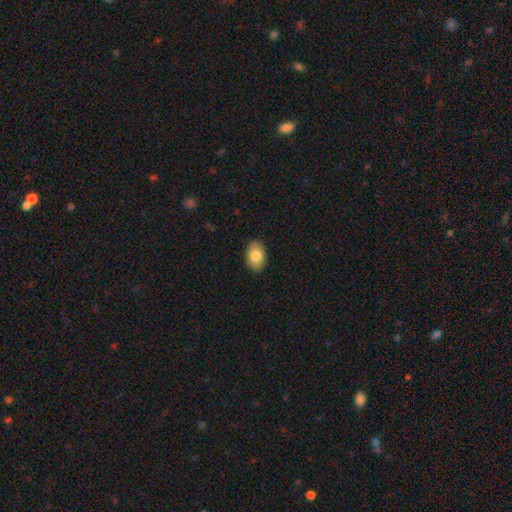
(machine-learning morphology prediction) smooth 83%, featured or disk 10%, star or artifact 7%. Down the decision tree: how rounded — in between (89%); merging — none (88%).